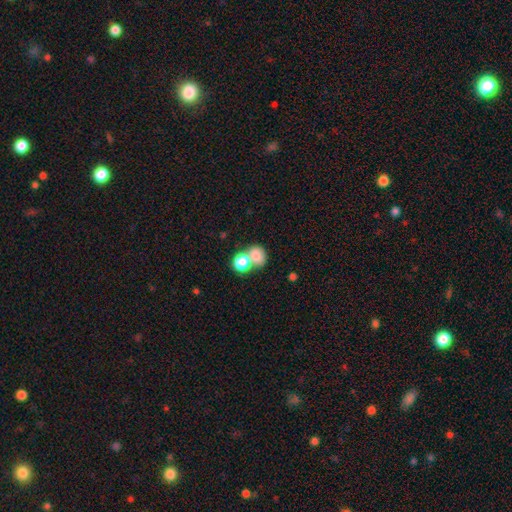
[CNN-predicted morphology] A smooth galaxy with no disk features (77%) that is round (61%). Merging: merger (49%).